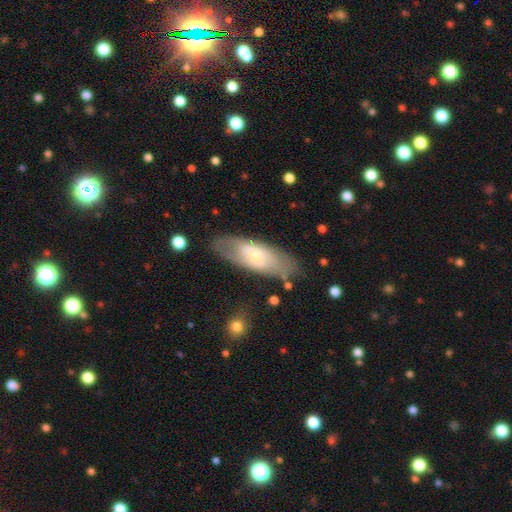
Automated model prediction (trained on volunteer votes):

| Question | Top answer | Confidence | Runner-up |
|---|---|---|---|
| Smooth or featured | featured or disk | 51% | smooth (43%) |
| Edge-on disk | no | 78% | yes (22%) |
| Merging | none | 77% | minor disturbance (16%) |